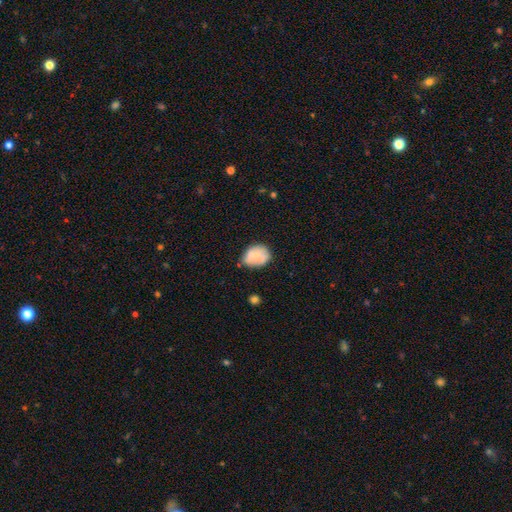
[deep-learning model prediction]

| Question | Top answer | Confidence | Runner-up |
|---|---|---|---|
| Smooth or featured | smooth | 75% | featured or disk (17%) |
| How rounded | in between | 60% | round (38%) |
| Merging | none | 55% | minor disturbance (33%) |